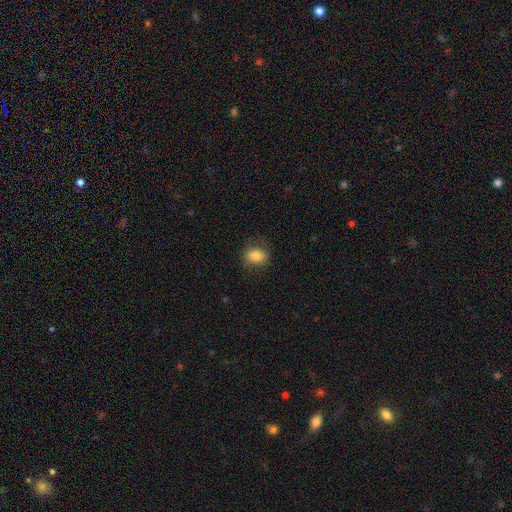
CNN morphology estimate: Q: Smooth or featured?
A: smooth (82%); runner-up: featured or disk (9%)
Q: How rounded?
A: in between (51%); runner-up: round (48%)
Q: Merging?
A: none (77%); runner-up: minor disturbance (16%)